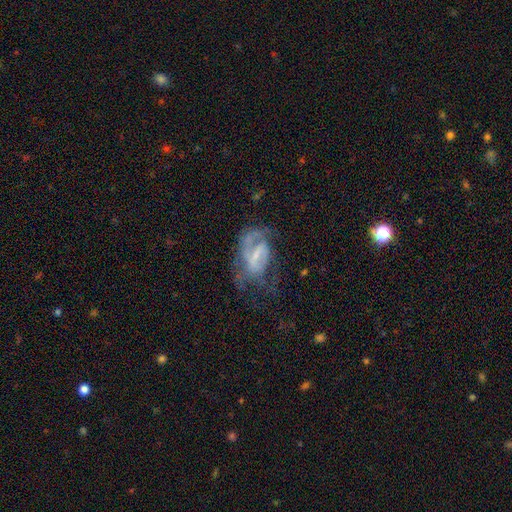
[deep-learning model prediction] Q: Smooth or featured?
A: featured or disk (72%); runner-up: smooth (20%)
Q: Edge-on disk?
A: no (96%); runner-up: yes (4%)
Q: Bar?
A: weak (48%); runner-up: no (27%)
Q: Spiral arms?
A: yes (73%); runner-up: no (27%)
Q: Spiral winding?
A: medium (43%); runner-up: tight (34%)
Q: Spiral arm count?
A: 2 (36%); runner-up: can't tell (29%)
Q: Bulge size?
A: small (56%); runner-up: moderate (25%)
Q: Merging?
A: major disturbance (38%); runner-up: none (37%)